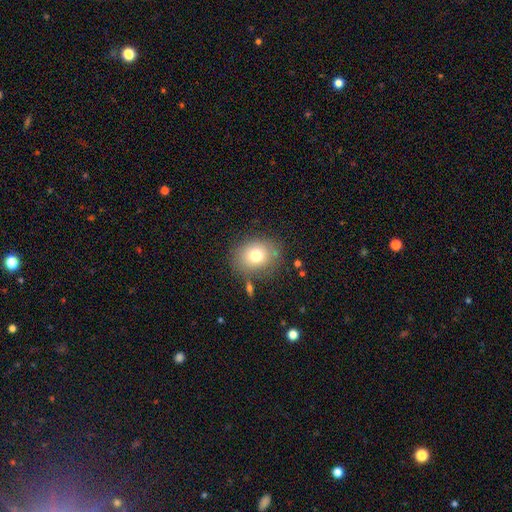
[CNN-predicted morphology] Smooth or featured? smooth (74%)
How rounded? round (67%)
Merging? none (78%)